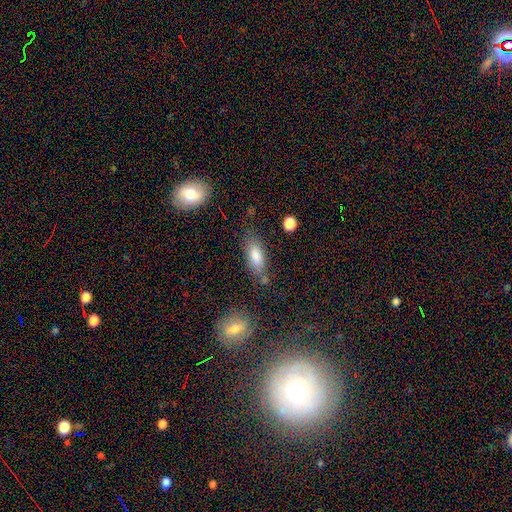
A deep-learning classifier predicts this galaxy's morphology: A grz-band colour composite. It shows a smooth galaxy with no disk features (82%) that is in between round and cigar-shaped (76%). Merging: none (69%).